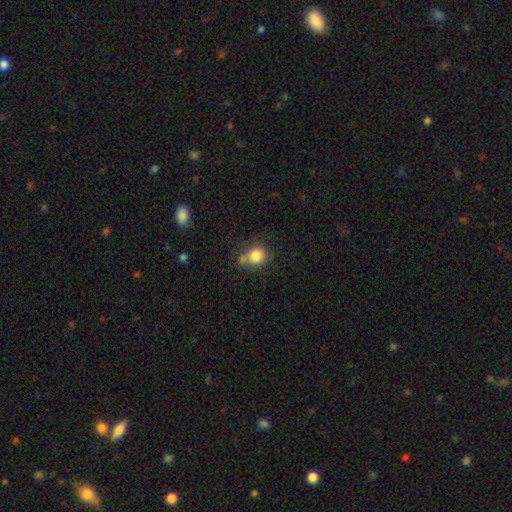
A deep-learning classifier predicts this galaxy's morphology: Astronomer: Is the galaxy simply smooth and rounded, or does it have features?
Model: smooth — 82%.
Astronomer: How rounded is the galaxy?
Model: round — 78%.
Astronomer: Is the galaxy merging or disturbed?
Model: none — 58%.